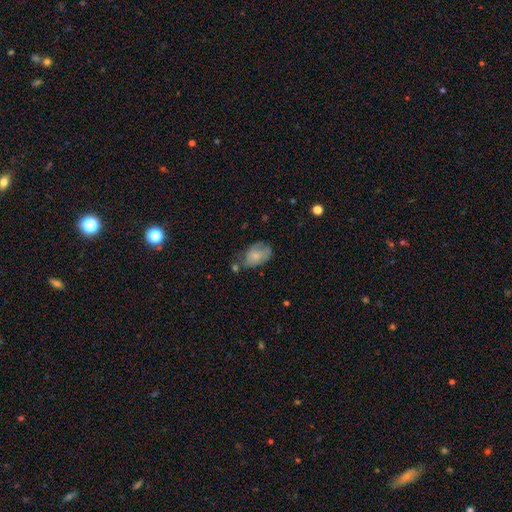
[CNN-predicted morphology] Overall: smooth (74%). How rounded: in between (88%). Merging: none (48%; minor disturbance 33%).